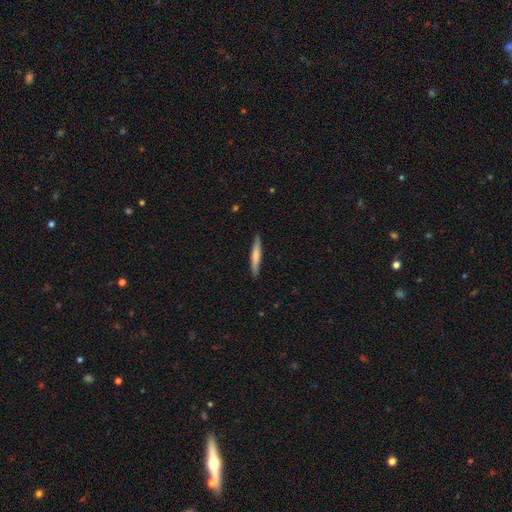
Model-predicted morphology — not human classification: Smooth or featured?
  - smooth: 68% *
  - featured or disk: 27%
  - star or artifact: 5%
How rounded?
  - cigar-shaped: 94% *
  - in between: 5%
  - round: 1%
Merging?
  - none: 90% *
  - minor disturbance: 8%
  - major disturbance: 1%
  - merger: 1%